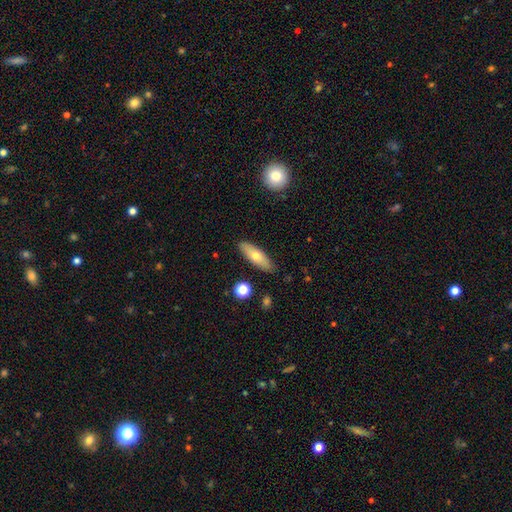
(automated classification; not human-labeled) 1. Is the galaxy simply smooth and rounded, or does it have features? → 64% smooth, 30% featured or disk, 6% star or artifact.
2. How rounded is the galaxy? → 49% in between, 48% cigar-shaped, 3% round.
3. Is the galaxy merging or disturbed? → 87% none, 9% minor disturbance, 2% major disturbance, 2% merger.